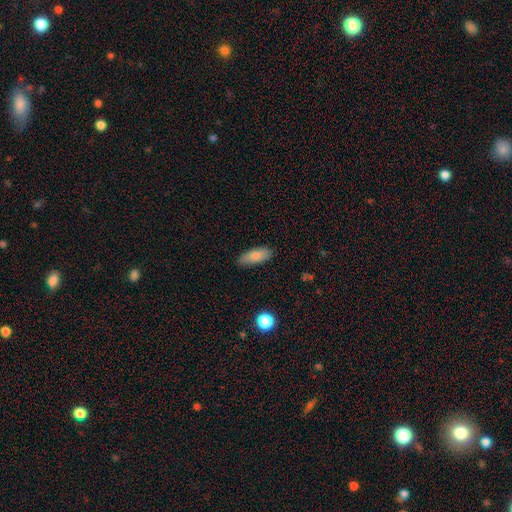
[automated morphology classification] Overall: smooth (80%). How rounded: in between (75%). Merging: none (84%).